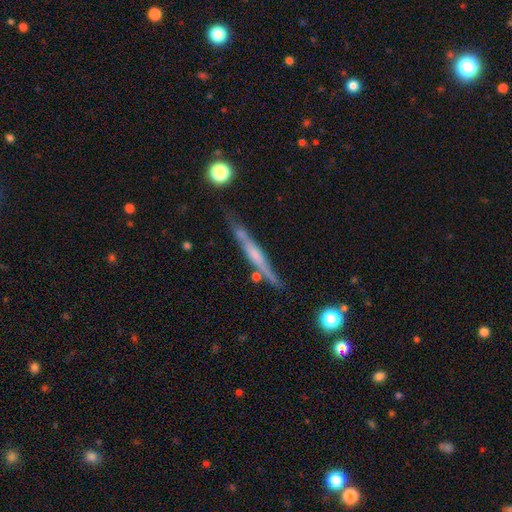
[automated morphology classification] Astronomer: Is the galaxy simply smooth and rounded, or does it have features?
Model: featured or disk — 59% (runner-up: smooth, 34%).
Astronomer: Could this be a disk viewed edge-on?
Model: yes — 96%.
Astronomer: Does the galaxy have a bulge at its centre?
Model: none — 47% (runner-up: rounded, 31%).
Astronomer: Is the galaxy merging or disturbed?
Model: none — 75%.